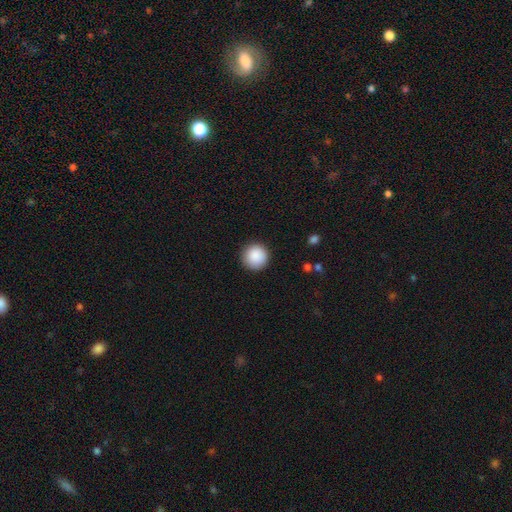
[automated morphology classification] This appears to be a smooth galaxy with no disk features (89%) that is round (96%). Merging: none (91%).